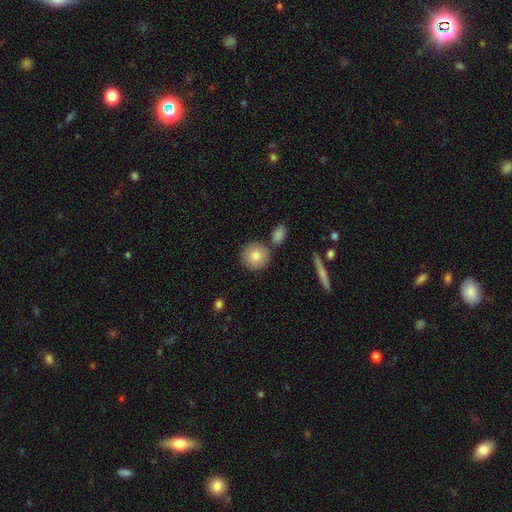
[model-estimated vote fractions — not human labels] A smooth galaxy with no disk features (83%) that is round (92%). Merging: none (78%).